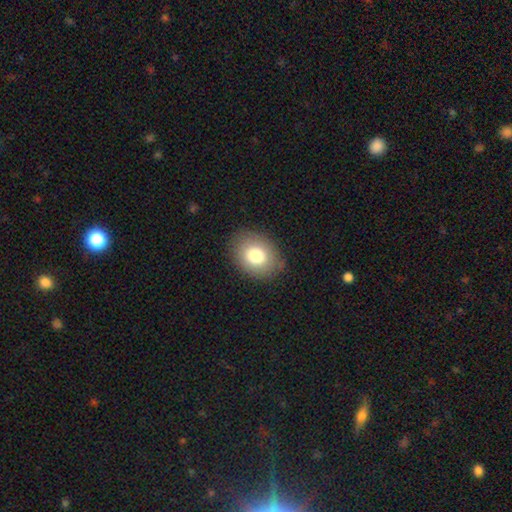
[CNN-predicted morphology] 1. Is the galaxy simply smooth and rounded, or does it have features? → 78% smooth, 13% featured or disk, 9% star or artifact.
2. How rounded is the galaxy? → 59% in between, 40% round, 1% cigar-shaped.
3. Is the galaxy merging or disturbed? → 84% none, 11% minor disturbance, 3% major disturbance, 1% merger.